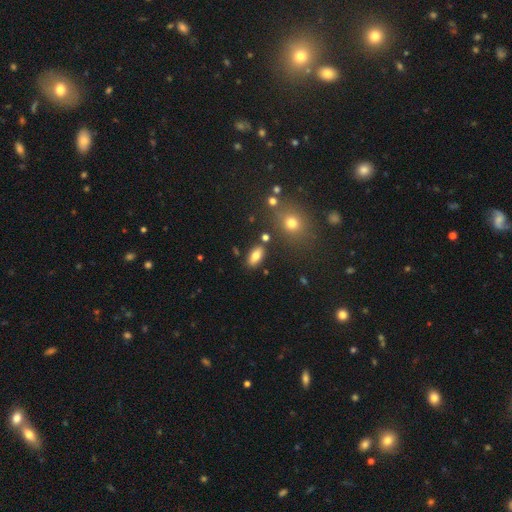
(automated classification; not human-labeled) Smooth or featured: smooth — 78% (featured or disk — 13%)
How rounded: in between — 87% (cigar-shaped — 8%)
Merging: none — 83% (minor disturbance — 10%)